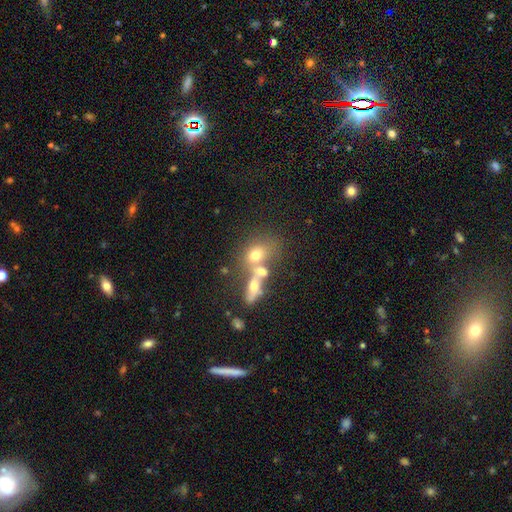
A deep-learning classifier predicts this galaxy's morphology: This appears to be a smooth galaxy with no disk features (56%) that is in between round and cigar-shaped (51%). Merging: merger (57%).